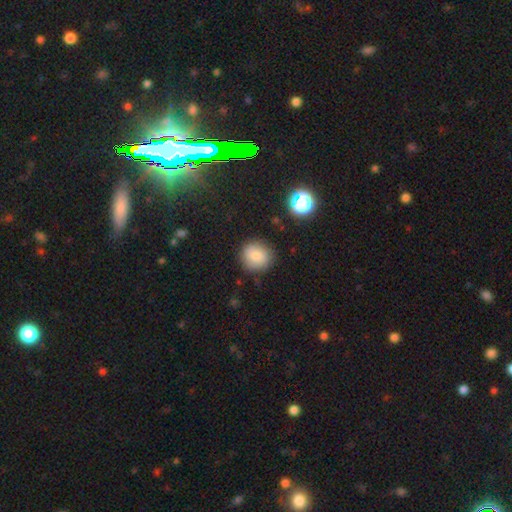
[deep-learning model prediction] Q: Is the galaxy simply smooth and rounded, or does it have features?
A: smooth — 80%.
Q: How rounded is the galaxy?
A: round — 89%.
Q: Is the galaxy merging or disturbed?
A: none — 85%.